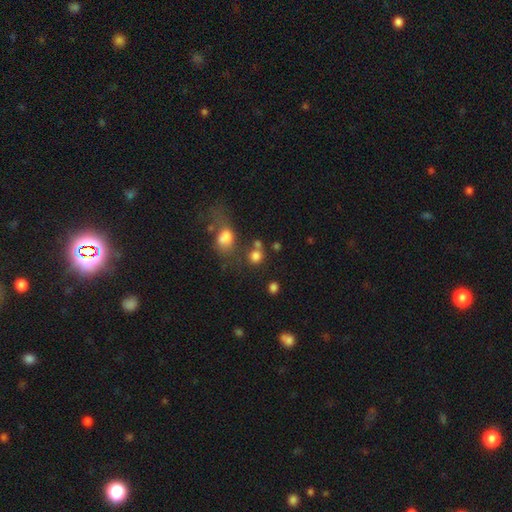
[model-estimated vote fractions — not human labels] Q: Smooth or featured?
A: smooth (78%); runner-up: star or artifact (14%)
Q: How rounded?
A: round (81%); runner-up: in between (18%)
Q: Merging?
A: none (58%); runner-up: merger (24%)